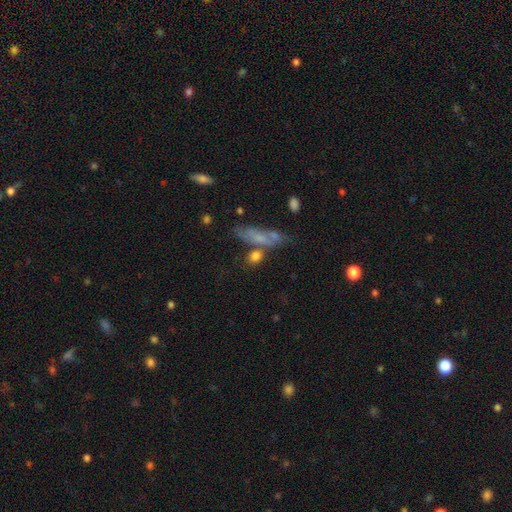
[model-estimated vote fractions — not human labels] Morphology: type=smooth (73%); roundness=in between (49%); merging=none (50%).